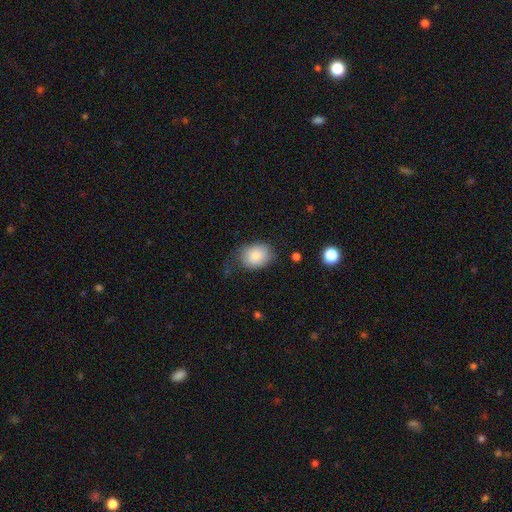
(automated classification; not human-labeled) smooth 85%, featured or disk 8%, star or artifact 7%. Down the decision tree: how rounded — in between (63%); merging — none (62%).